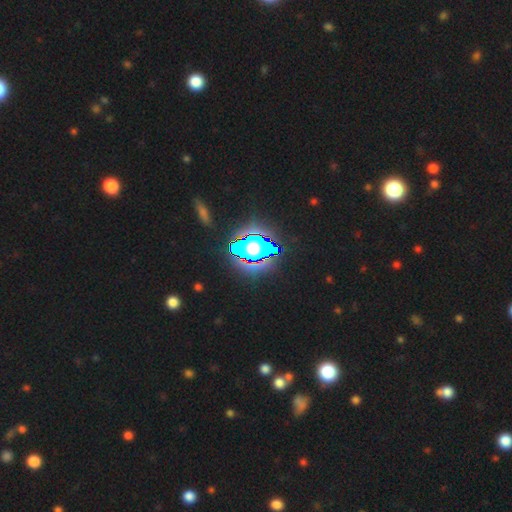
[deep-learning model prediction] The model was most divided on "smooth or featured": star or artifact: 82%, smooth: 11%, featured or disk: 8%.